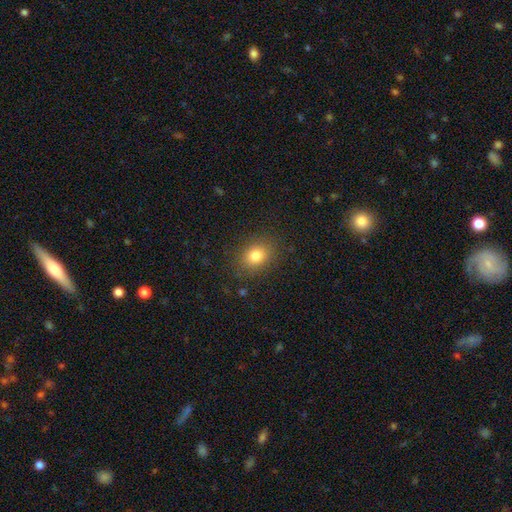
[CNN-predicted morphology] smooth-or-featured: smooth: 81% | star or artifact: 11% | featured or disk: 8%
  how-rounded: in between: 58% | round: 41% | cigar-shaped: 1%
  merging: none: 86% | minor disturbance: 10% | major disturbance: 4% | merger: 1%